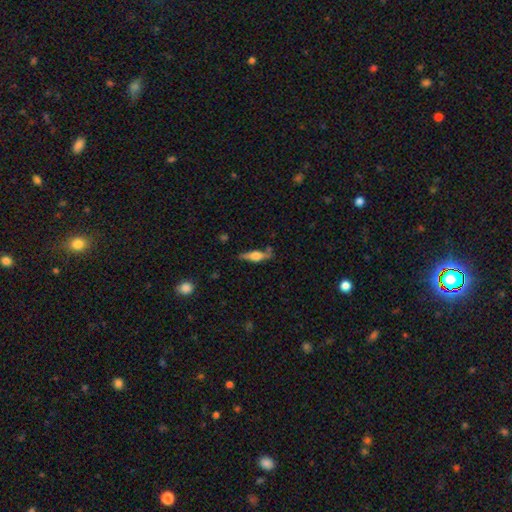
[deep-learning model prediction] Smooth or featured? Predicted: featured or disk (p=0.60). Edge-on disk? Predicted: yes (p=0.94). Edge-on bulge? Predicted: rounded (p=0.86). Merging? Predicted: none (p=0.76).